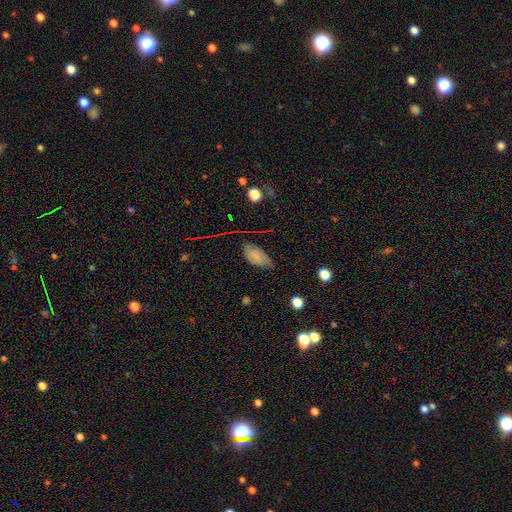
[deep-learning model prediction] Smooth or featured?
  - smooth: 73% *
  - featured or disk: 16%
  - star or artifact: 12%
How rounded?
  - in between: 92% *
  - cigar-shaped: 4%
  - round: 4%
Merging?
  - none: 65% *
  - minor disturbance: 26%
  - major disturbance: 6%
  - merger: 2%